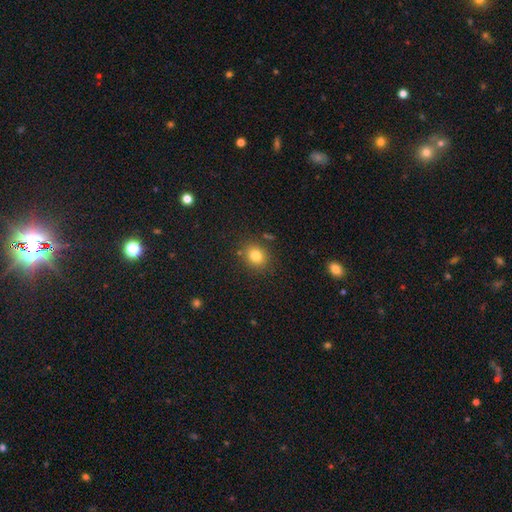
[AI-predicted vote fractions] Smooth or featured?
  - smooth: 81% *
  - star or artifact: 12%
  - featured or disk: 7%
How rounded?
  - round: 64% *
  - in between: 35%
  - cigar-shaped: 1%
Merging?
  - none: 82% *
  - minor disturbance: 10%
  - merger: 4%
  - major disturbance: 3%